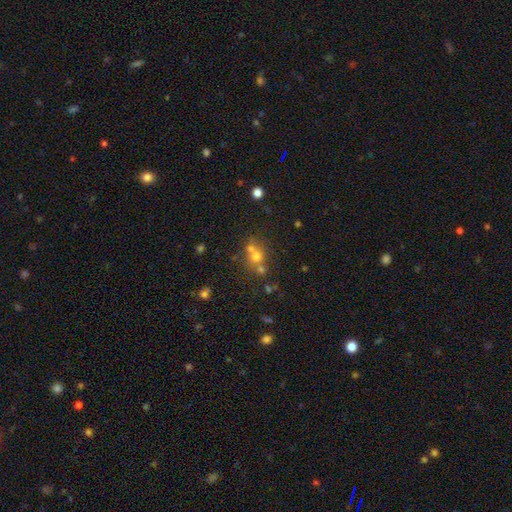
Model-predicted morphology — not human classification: Smooth or featured? Predicted: smooth (p=0.57). How rounded? Predicted: round (p=0.82). Merging? Predicted: none (p=0.48).